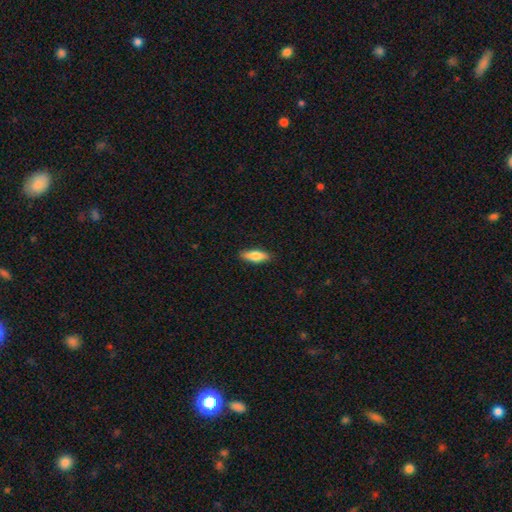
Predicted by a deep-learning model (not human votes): A smooth galaxy with no disk features (75%) that is in between round and cigar-shaped (59%).

Vote fractions:
- Smooth or featured? smooth: 75% / featured or disk: 19% / star or artifact: 6%
- How rounded? in between: 59% / cigar-shaped: 39% / round: 2%
- Merging? none: 88% / minor disturbance: 9% / major disturbance: 2% / merger: 1%